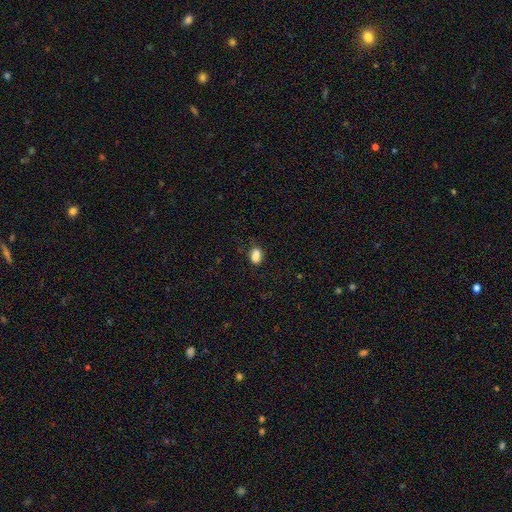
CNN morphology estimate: This appears to be a smooth galaxy with no disk features (80%) that is in between round and cigar-shaped (73%). Merging: none (55%).